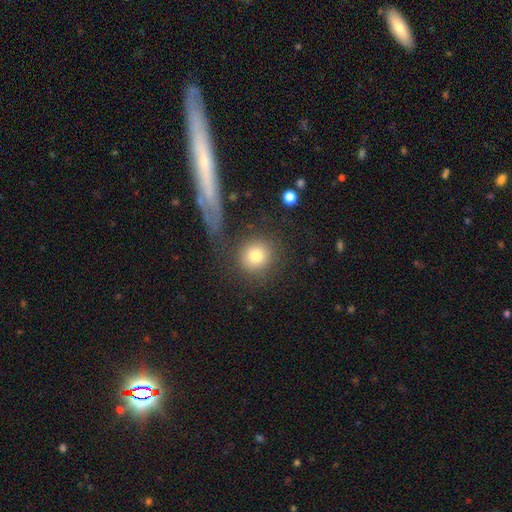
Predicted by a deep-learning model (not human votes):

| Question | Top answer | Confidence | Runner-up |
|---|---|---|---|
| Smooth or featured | smooth | 79% | featured or disk (12%) |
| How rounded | round | 88% | in between (11%) |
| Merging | none | 76% | minor disturbance (11%) |